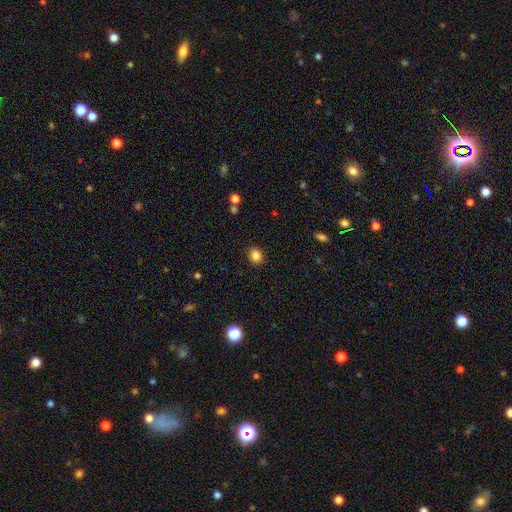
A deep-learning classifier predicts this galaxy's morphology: Smooth or featured?
  - smooth: 85% *
  - star or artifact: 10%
  - featured or disk: 4%
How rounded?
  - round: 66% *
  - in between: 34%
  - cigar-shaped: 1%
Merging?
  - none: 89% *
  - minor disturbance: 7%
  - major disturbance: 2%
  - merger: 1%